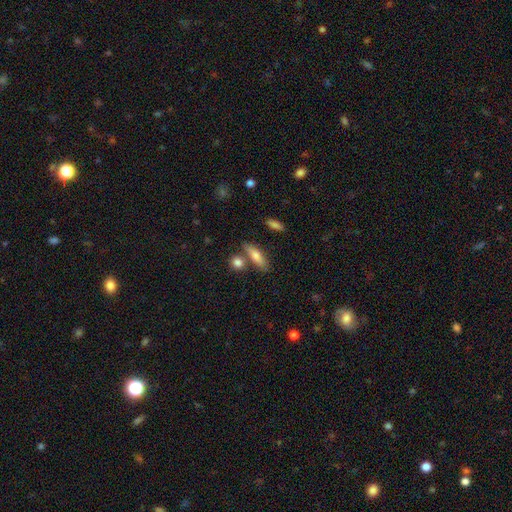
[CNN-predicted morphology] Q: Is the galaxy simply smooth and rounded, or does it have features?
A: smooth — 74%.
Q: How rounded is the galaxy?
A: in between — 54%.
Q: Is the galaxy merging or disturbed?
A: none — 68%.